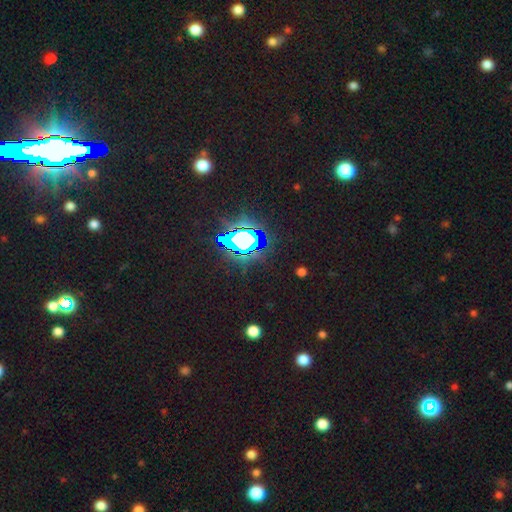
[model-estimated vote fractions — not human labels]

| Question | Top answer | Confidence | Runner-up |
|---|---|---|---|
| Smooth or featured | star or artifact | 80% | smooth (12%) |